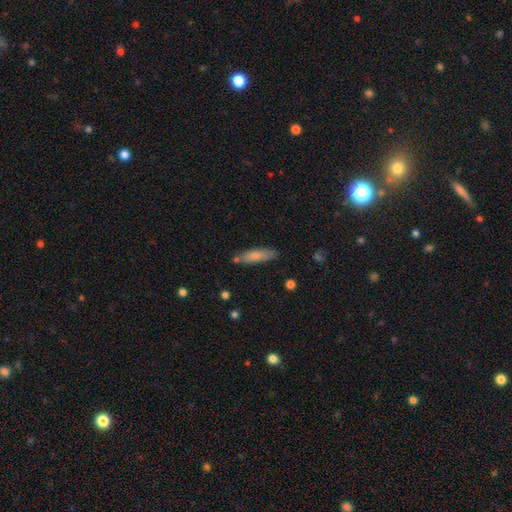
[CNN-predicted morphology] Q: Smooth or featured?
A: smooth (75%); runner-up: featured or disk (19%)
Q: How rounded?
A: cigar-shaped (71%); runner-up: in between (28%)
Q: Merging?
A: none (76%); runner-up: minor disturbance (15%)